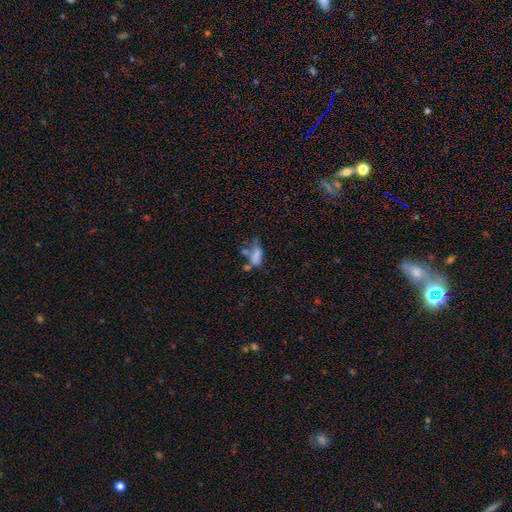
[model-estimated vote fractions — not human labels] Smooth or featured?
  - smooth: 65% *
  - featured or disk: 22%
  - star or artifact: 13%
How rounded?
  - in between: 78% *
  - cigar-shaped: 16%
  - round: 6%
Merging?
  - merger: 36% *
  - none: 23%
  - major disturbance: 23%
  - minor disturbance: 19%